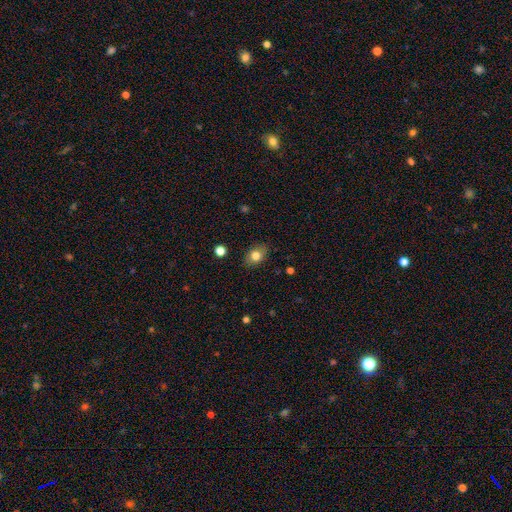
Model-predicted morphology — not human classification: This appears to be a smooth galaxy with no disk features (80%) that is in between round and cigar-shaped (64%). Merging: none (86%).